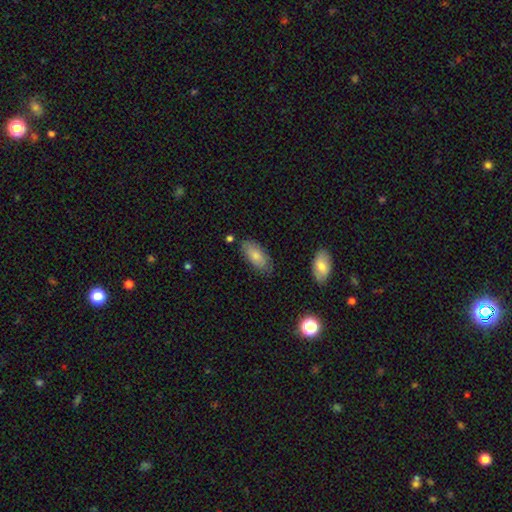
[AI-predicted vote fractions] Smooth or featured? Predicted: smooth (p=0.80). How rounded? Predicted: in between (p=0.89). Merging? Predicted: none (p=0.73).